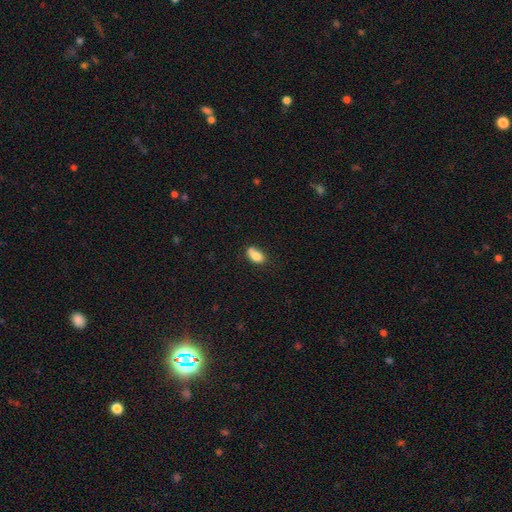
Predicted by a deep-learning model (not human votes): smooth_or_featured: smooth (p=0.80) [alt: featured or disk p=0.11]
how_rounded: in between (p=0.87) [alt: round p=0.08]
merging: none (p=0.52) [alt: minor disturbance p=0.25]